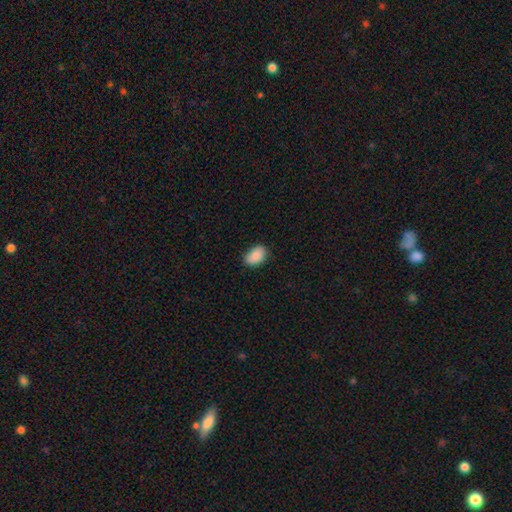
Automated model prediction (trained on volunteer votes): smooth_or_featured: smooth (p=0.87) [alt: star or artifact p=0.07]
how_rounded: in between (p=0.88) [alt: round p=0.11]
merging: none (p=0.80) [alt: minor disturbance p=0.16]